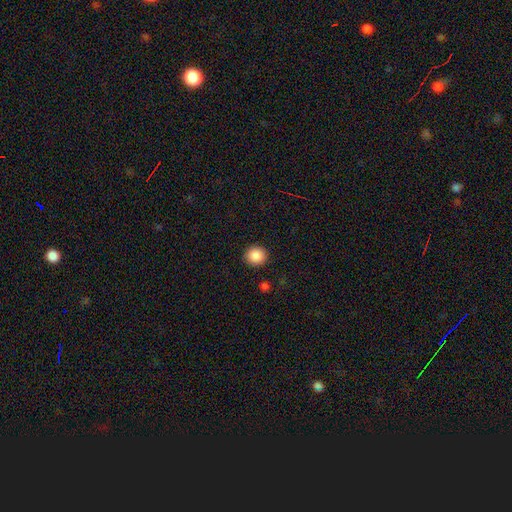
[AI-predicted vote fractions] This appears to be a smooth galaxy with no disk features (88%) that is round (91%). Merging: none (91%).